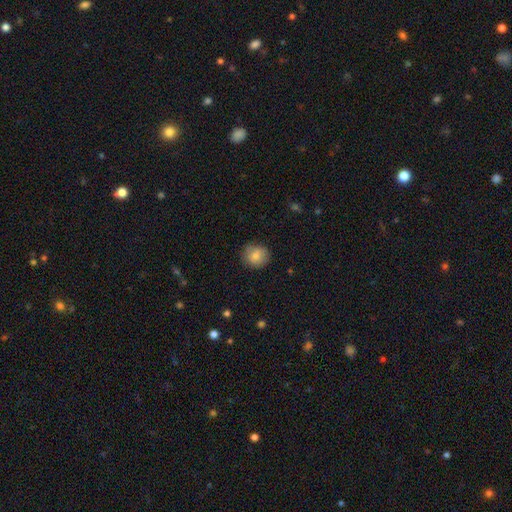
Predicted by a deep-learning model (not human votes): This appears to be a smooth galaxy with no disk features (81%) that is round (83%). Merging: none (83%).